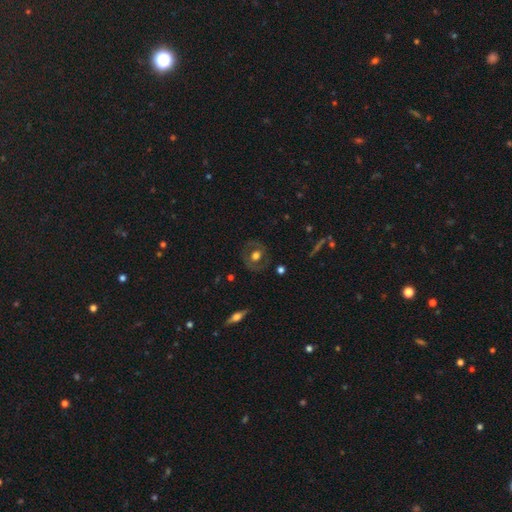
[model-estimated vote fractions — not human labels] Smooth or featured? featured or disk (51%)
Edge-on disk? no (92%)
Merging? none (80%)